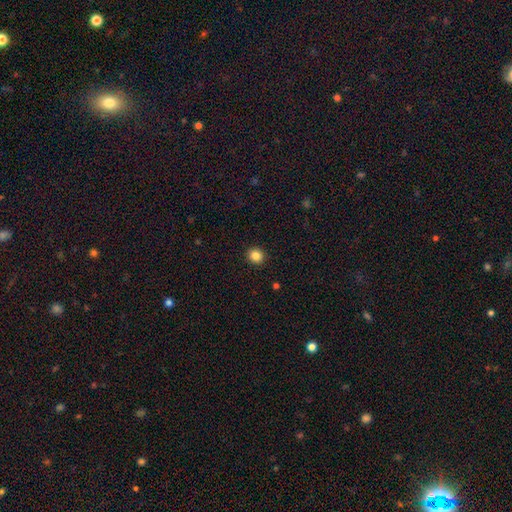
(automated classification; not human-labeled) Smooth or featured? smooth (85%)
How rounded? round (85%)
Merging? none (93%)